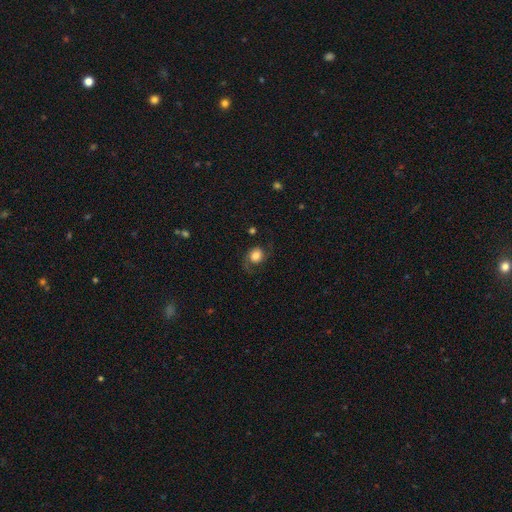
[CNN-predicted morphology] Smooth or featured: smooth — 50% (featured or disk — 40%)
Merging: none — 63% (minor disturbance — 20%)